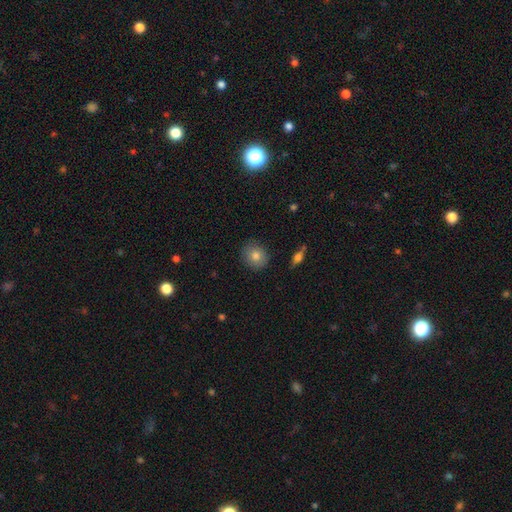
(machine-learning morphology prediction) Smooth or featured: smooth — 80% (featured or disk — 11%)
How rounded: round — 81% (in between — 17%)
Merging: none — 87% (minor disturbance — 10%)